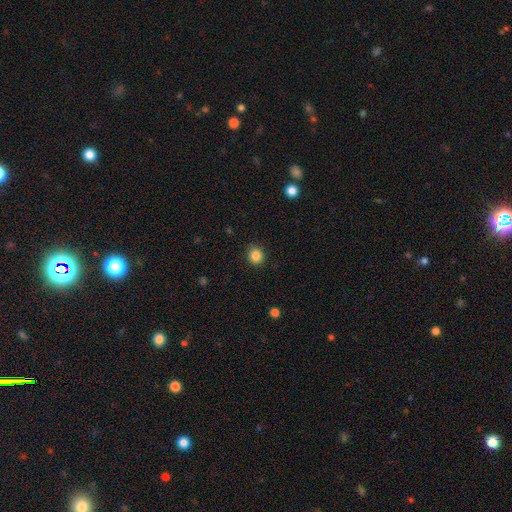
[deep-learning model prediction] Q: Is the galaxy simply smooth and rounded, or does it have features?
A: smooth — 85%.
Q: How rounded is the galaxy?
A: round — 89%.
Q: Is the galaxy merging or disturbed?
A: none — 91%.